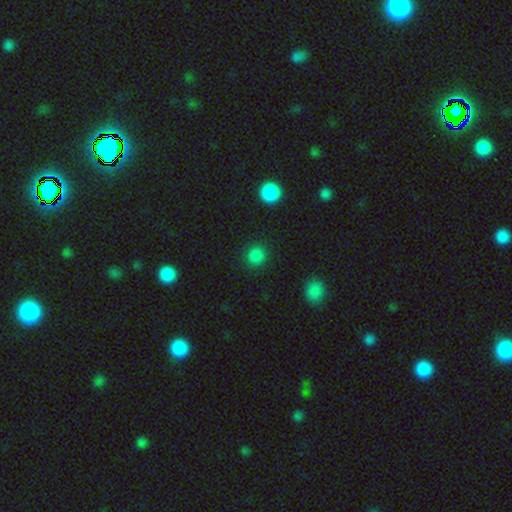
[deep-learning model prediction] smooth_or_featured: smooth (p=0.85) [alt: star or artifact p=0.12]
how_rounded: round (p=0.92) [alt: in between p=0.07]
merging: none (p=0.90) [alt: minor disturbance p=0.06]